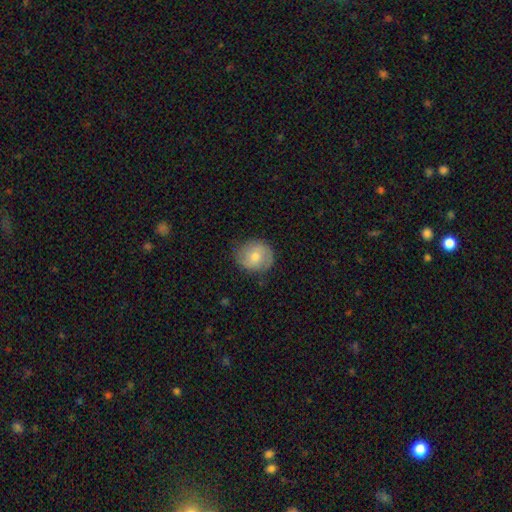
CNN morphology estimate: smooth_or_featured: smooth (p=0.58) [alt: featured or disk p=0.34]
how_rounded: round (p=0.82) [alt: in between p=0.17]
merging: none (p=0.78) [alt: minor disturbance p=0.16]